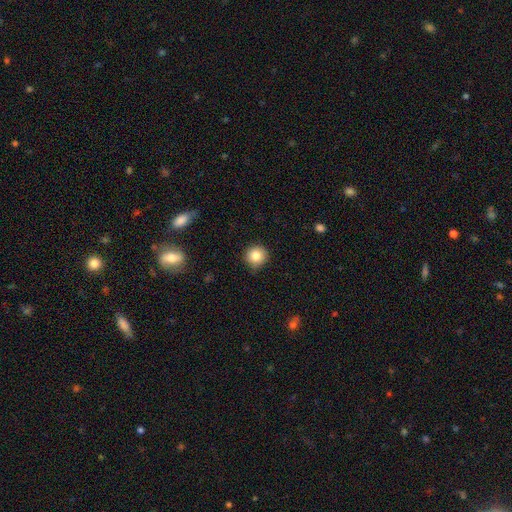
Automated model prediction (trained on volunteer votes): The model was most divided on "merging": none: 84%, minor disturbance: 12%, major disturbance: 2%, merger: 1%. More confident: how rounded — round (93%); smooth or featured — smooth (83%).